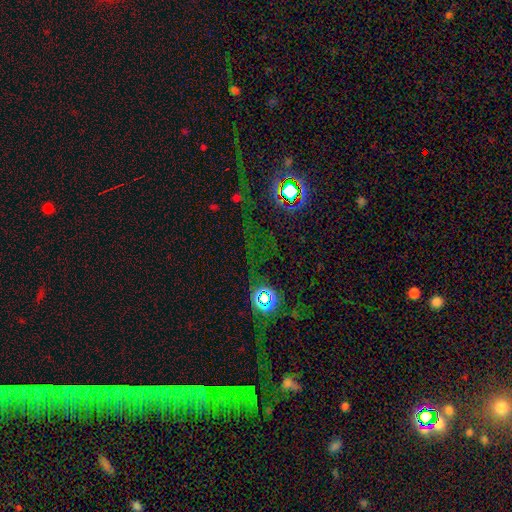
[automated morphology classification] Overall: star or artifact (66%).